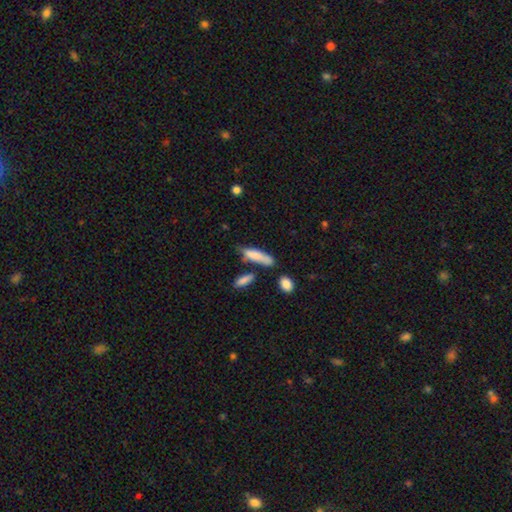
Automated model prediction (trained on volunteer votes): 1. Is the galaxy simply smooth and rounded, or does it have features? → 77% smooth, 16% featured or disk, 7% star or artifact.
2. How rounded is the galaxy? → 61% cigar-shaped, 36% in between, 2% round.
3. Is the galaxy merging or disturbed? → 51% none, 24% minor disturbance, 17% merger, 8% major disturbance.